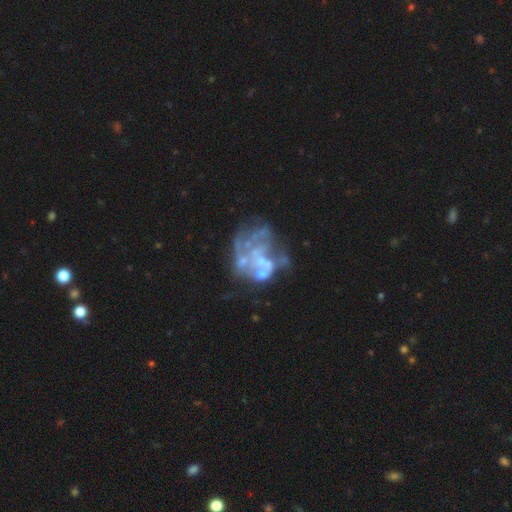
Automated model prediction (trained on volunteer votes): Q: Smooth or featured?
A: featured or disk (71%); runner-up: star or artifact (17%)
Q: Edge-on disk?
A: no (98%); runner-up: yes (2%)
Q: Bar?
A: no (87%); runner-up: weak (9%)
Q: Spiral arms?
A: no (75%); runner-up: yes (25%)
Q: Bulge size?
A: none (68%); runner-up: small (20%)
Q: Merging?
A: none (38%); runner-up: major disturbance (32%)